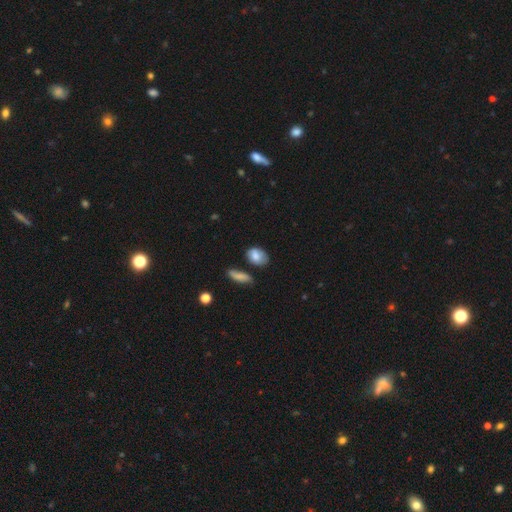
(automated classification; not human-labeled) A smooth galaxy with no disk features (76%) that is in between round and cigar-shaped (80%). Merging: none (55%).